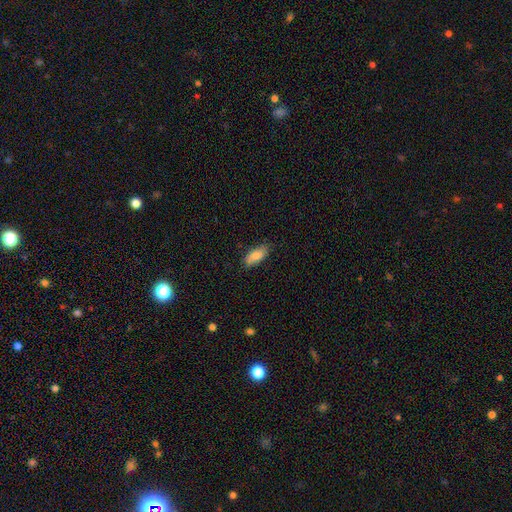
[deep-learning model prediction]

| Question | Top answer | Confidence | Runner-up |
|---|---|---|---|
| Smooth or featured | smooth | 81% | featured or disk (12%) |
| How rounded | in between | 85% | cigar-shaped (13%) |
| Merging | none | 78% | minor disturbance (17%) |